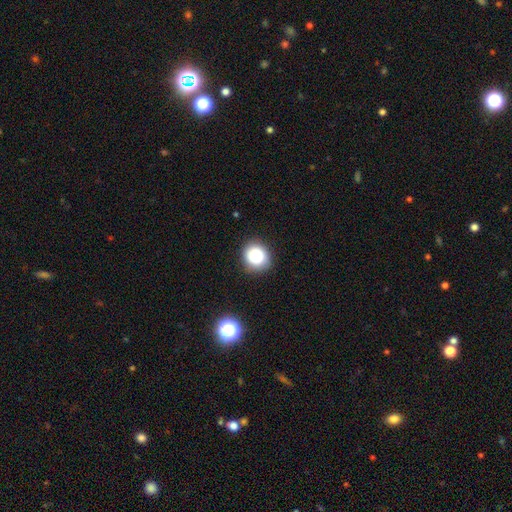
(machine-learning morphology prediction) A smooth galaxy with no disk features (84%) that is round (82%). Merging: none (83%).